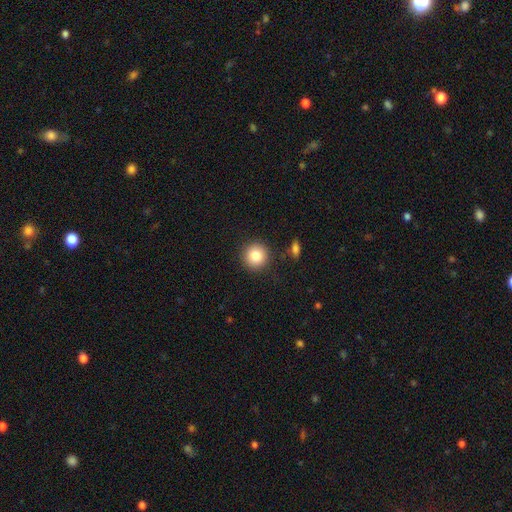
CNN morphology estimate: Q: Smooth or featured?
A: smooth (83%); runner-up: star or artifact (9%)
Q: How rounded?
A: round (93%); runner-up: in between (6%)
Q: Merging?
A: none (89%); runner-up: minor disturbance (7%)